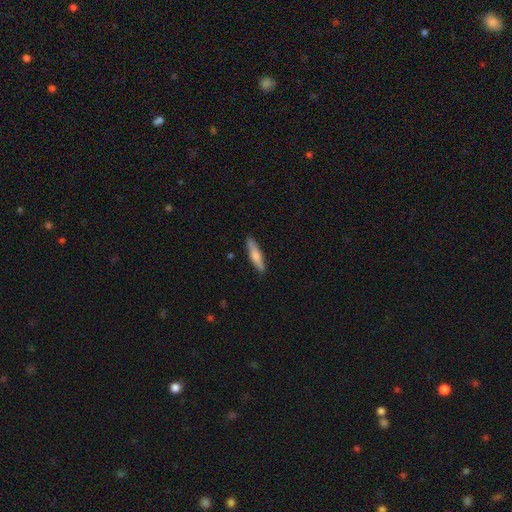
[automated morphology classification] smooth_or_featured: smooth (p=0.69) [alt: featured or disk p=0.26]
how_rounded: cigar-shaped (p=0.80) [alt: in between p=0.19]
merging: none (p=0.89) [alt: minor disturbance p=0.09]